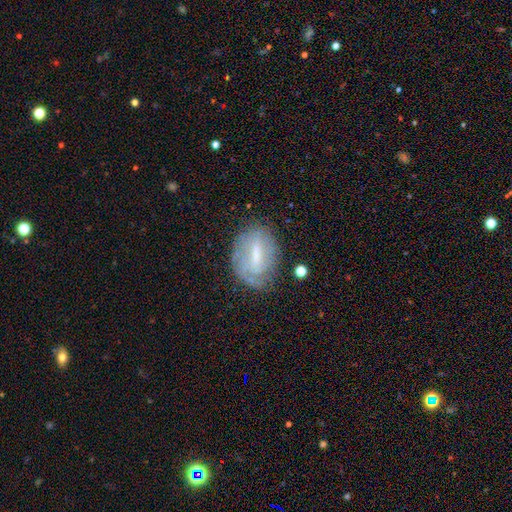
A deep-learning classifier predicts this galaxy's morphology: featured or disk 58%, smooth 33%, star or artifact 9%. Down the decision tree: edge-on disk — no (92%); bar — strong (44%); spiral arms — yes (58%); bulge size — small (39%); merging — none (63%).